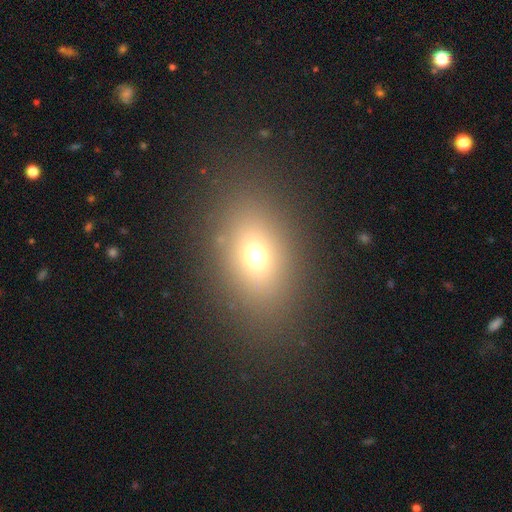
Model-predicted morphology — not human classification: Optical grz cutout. It shows a smooth galaxy with no disk features (67%) that is in between round and cigar-shaped (74%). Merging: none (83%).